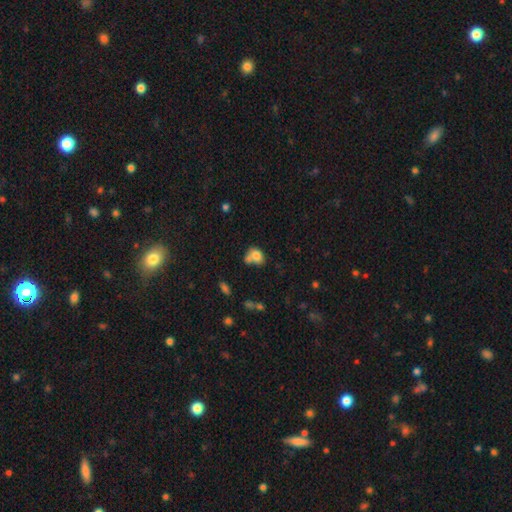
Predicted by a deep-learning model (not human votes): Smooth or featured? smooth (77%)
How rounded? round (50%)
Merging? merger (38%)